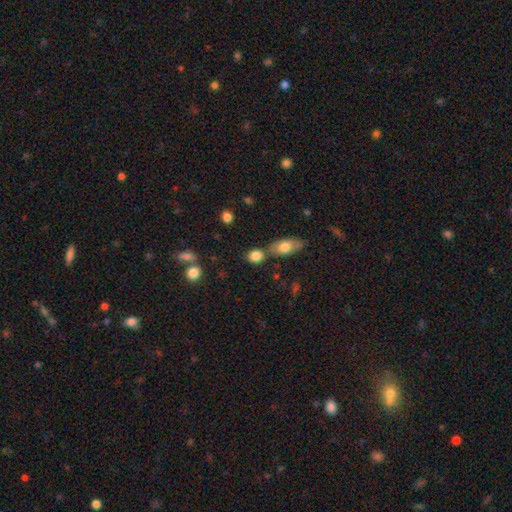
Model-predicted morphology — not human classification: Smooth or featured: smooth — 84% (star or artifact — 9%)
How rounded: round — 58% (in between — 40%)
Merging: none — 59% (merger — 24%)